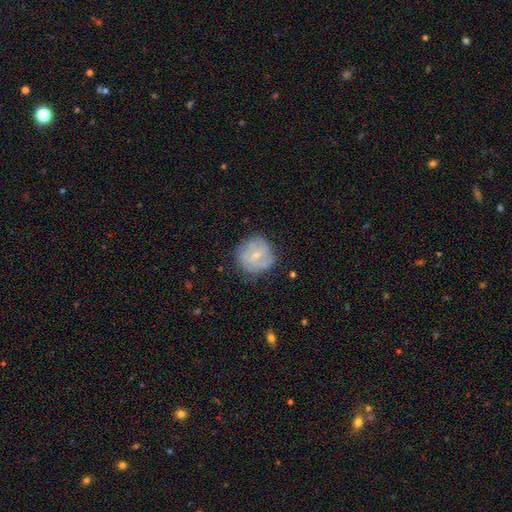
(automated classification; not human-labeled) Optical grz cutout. It shows a featured or disk galaxy (48%). Merging: none (71%).